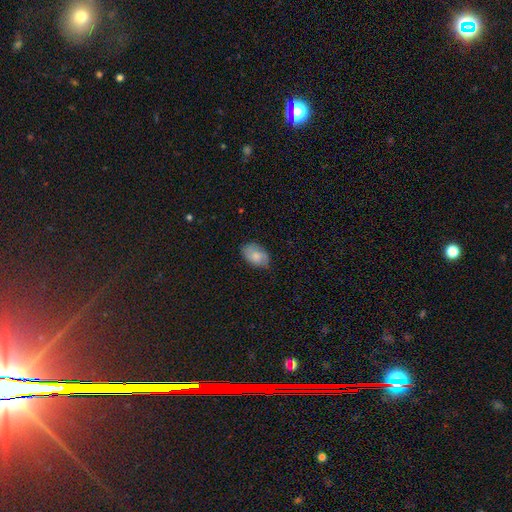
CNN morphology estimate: The model was most divided on "merging": none: 70%, minor disturbance: 25%, major disturbance: 5%, merger: 1%. More confident: how rounded — in between (89%); smooth or featured — smooth (73%).